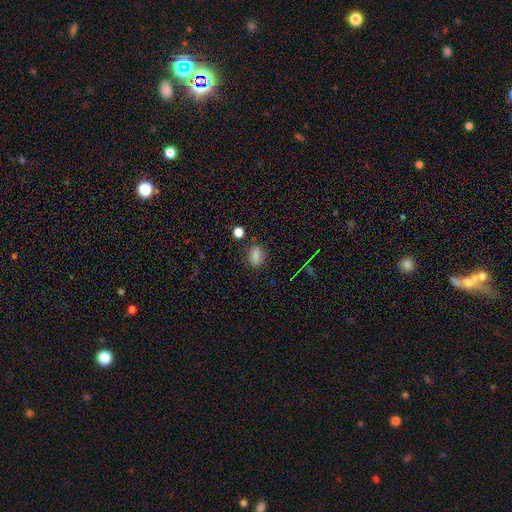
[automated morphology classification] Overall: smooth (80%). How rounded: in between (72%). Merging: none (80%).